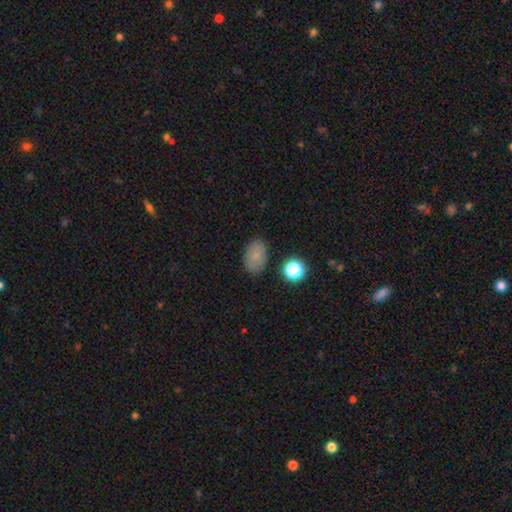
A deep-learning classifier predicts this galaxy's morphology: Smooth or featured? Predicted: smooth (p=0.78). How rounded? Predicted: in between (p=0.85). Merging? Predicted: none (p=0.83).